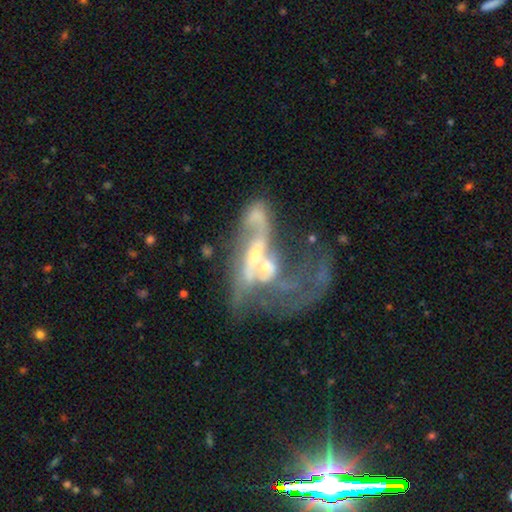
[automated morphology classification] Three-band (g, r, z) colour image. It shows a featured or disk galaxy (77%) with no bar (58%), 2 (44%) loose (63%) spiral arms (72%) and a moderate central bulge (42%). Merging: merger (58%).